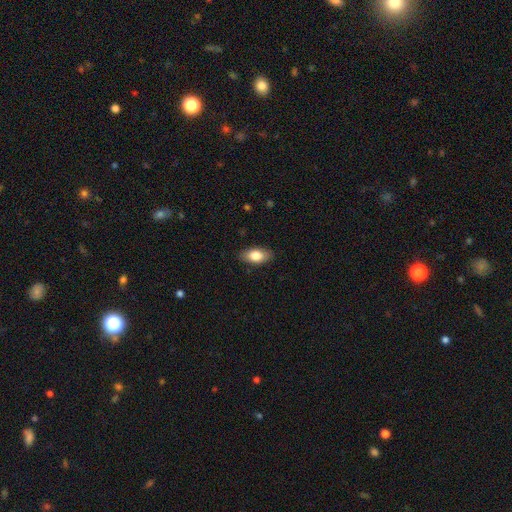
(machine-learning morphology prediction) A smooth galaxy with no disk features (81%) that is in between round and cigar-shaped (91%).

Vote fractions:
- Smooth or featured? smooth: 81% / featured or disk: 13% / star or artifact: 7%
- How rounded? in between: 91% / cigar-shaped: 5% / round: 4%
- Merging? none: 86% / minor disturbance: 10% / major disturbance: 2% / merger: 1%